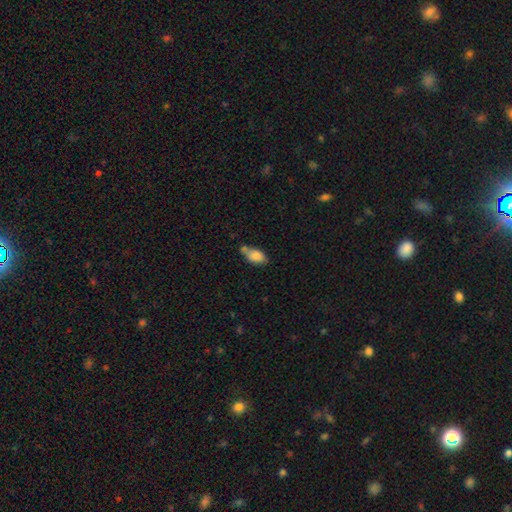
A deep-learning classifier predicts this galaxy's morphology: Smooth or featured: smooth — 81% (featured or disk — 11%)
How rounded: in between — 89% (round — 7%)
Merging: none — 45% (merger — 26%)